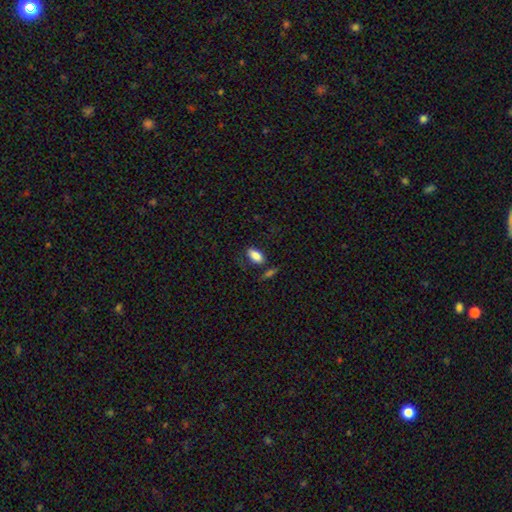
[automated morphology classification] This appears to be a smooth galaxy with no disk features (86%) that is in between round and cigar-shaped (91%). Merging: none (66%).